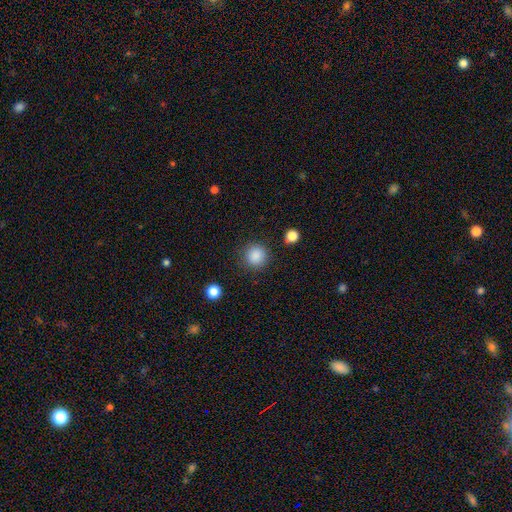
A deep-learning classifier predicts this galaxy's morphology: smooth-or-featured: smooth: 87% | star or artifact: 10% | featured or disk: 3%
  how-rounded: round: 93% | in between: 6% | cigar-shaped: 1%
  merging: none: 88% | minor disturbance: 8% | major disturbance: 3% | merger: 2%